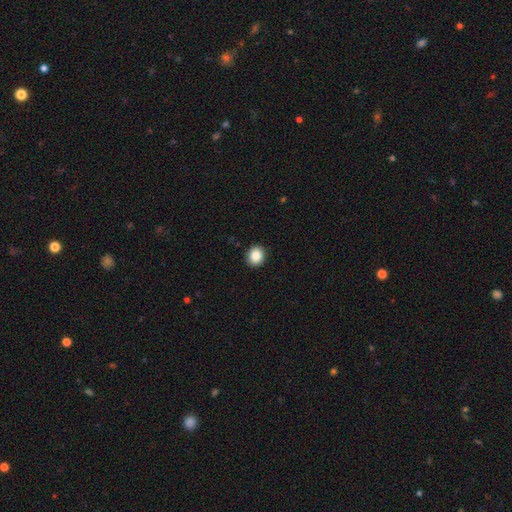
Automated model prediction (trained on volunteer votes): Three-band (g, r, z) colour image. It shows a smooth galaxy with no disk features (86%) that is round (71%). Merging: none (92%).